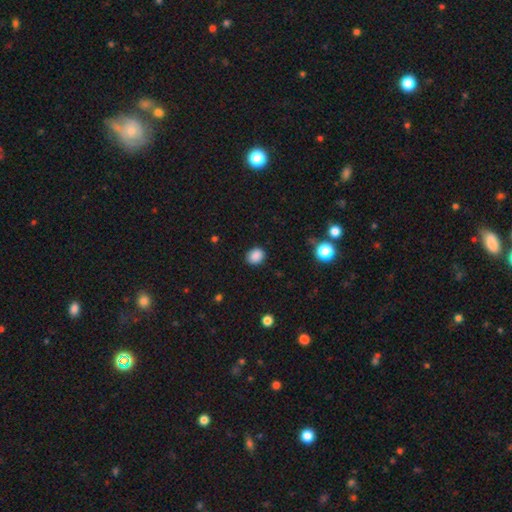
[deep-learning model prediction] Smooth or featured? Predicted: smooth (p=0.87). How rounded? Predicted: round (p=0.57). Merging? Predicted: none (p=0.87).